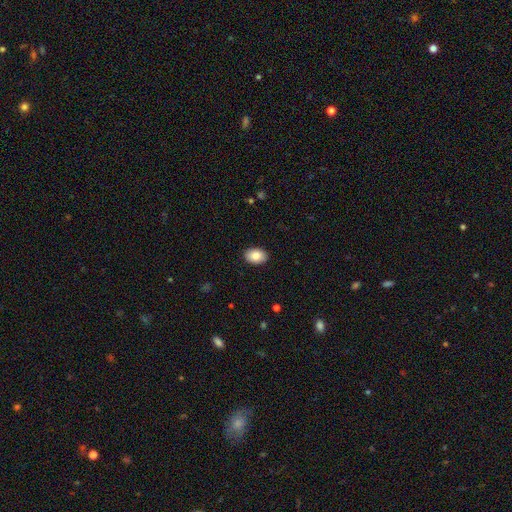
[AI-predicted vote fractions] Smooth or featured?
  - smooth: 84% *
  - featured or disk: 8%
  - star or artifact: 7%
How rounded?
  - in between: 84% *
  - round: 15%
  - cigar-shaped: 1%
Merging?
  - none: 90% *
  - minor disturbance: 7%
  - major disturbance: 2%
  - merger: 1%